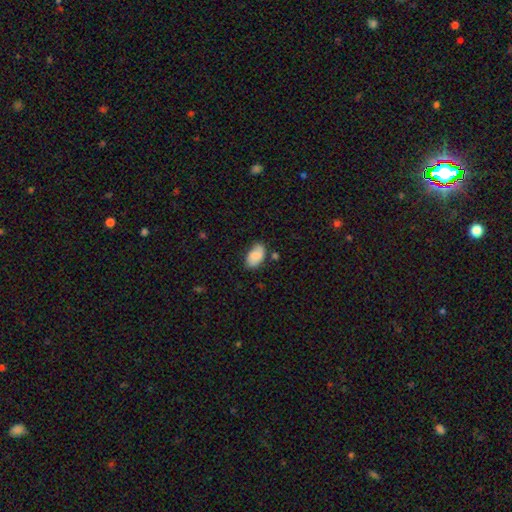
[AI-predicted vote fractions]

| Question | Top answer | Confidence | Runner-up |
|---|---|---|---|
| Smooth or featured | smooth | 81% | featured or disk (12%) |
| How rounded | in between | 93% | round (5%) |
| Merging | none | 72% | minor disturbance (20%) |